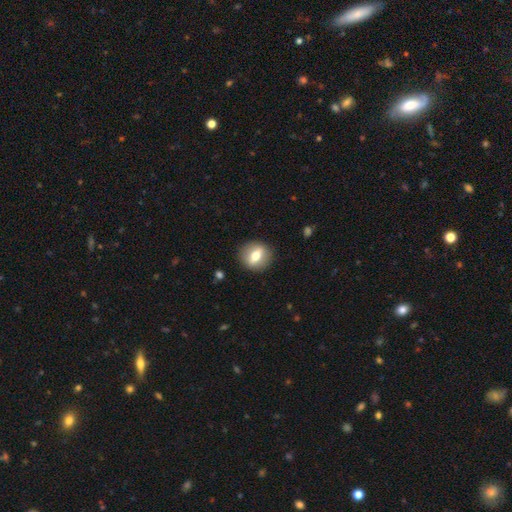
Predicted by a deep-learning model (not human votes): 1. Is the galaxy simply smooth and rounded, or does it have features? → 54% smooth, 38% featured or disk, 8% star or artifact.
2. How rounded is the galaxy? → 72% round, 26% in between, 3% cigar-shaped.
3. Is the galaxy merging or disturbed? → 89% none, 8% minor disturbance, 3% major disturbance, 1% merger.